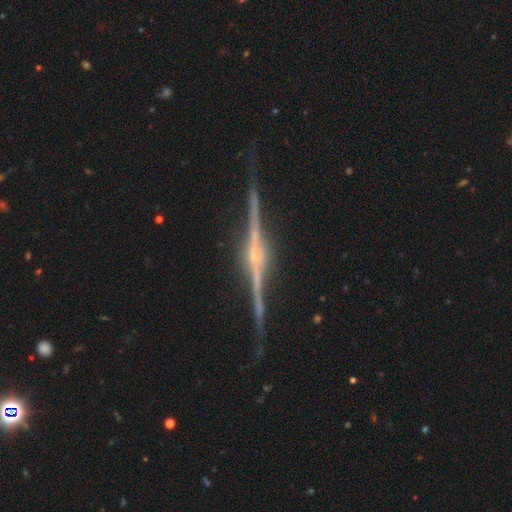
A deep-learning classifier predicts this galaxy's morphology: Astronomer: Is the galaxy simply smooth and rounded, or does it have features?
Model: featured or disk — 92%.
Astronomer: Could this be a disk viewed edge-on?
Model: yes — 98%.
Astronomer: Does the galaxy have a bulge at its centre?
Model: rounded — 81%.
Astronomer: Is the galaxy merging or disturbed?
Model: none — 89%.